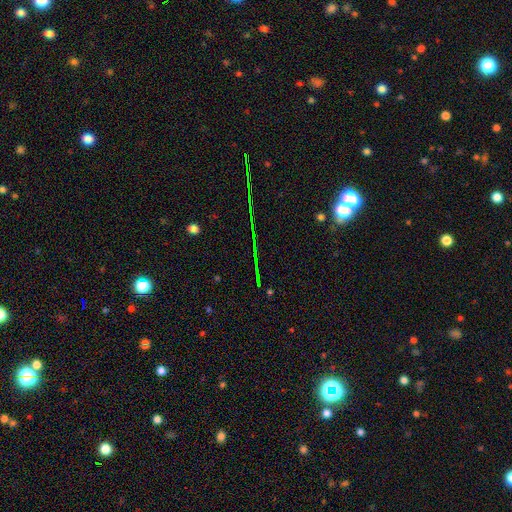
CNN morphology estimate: A star or artifact, not a galaxy (73%).